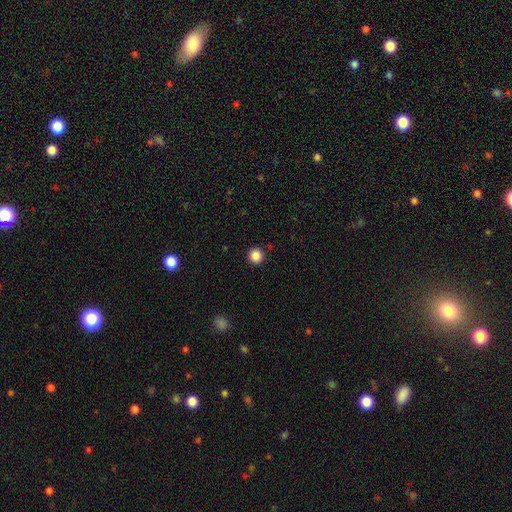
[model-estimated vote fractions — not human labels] Morphology: type=smooth (86%); roundness=round (95%); merging=none (92%).